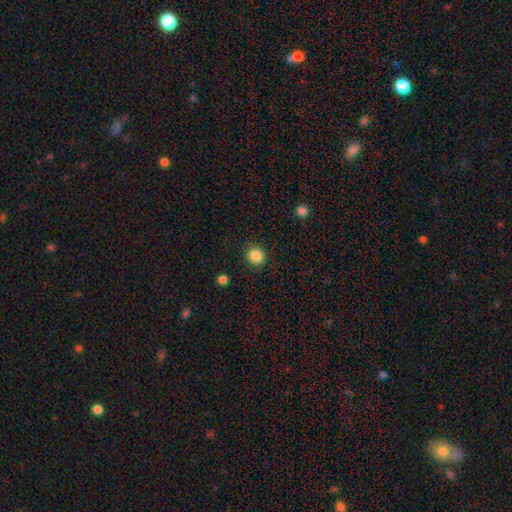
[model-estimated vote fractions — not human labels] This appears to be a smooth galaxy with no disk features (85%) that is round (93%). Merging: none (88%).